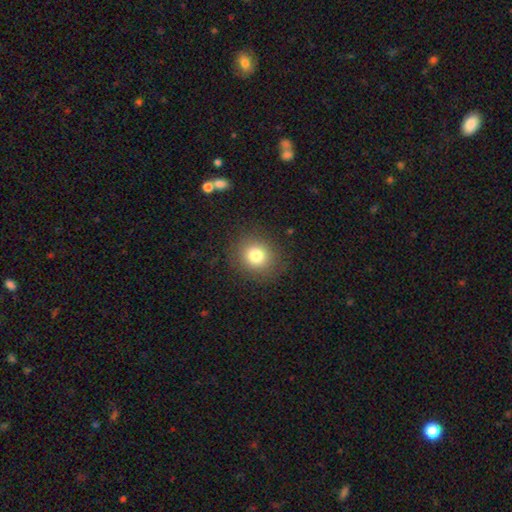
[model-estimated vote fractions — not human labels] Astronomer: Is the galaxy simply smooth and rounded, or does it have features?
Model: smooth — 80%.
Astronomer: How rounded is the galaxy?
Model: round — 85%.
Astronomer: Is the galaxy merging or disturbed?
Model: none — 87%.